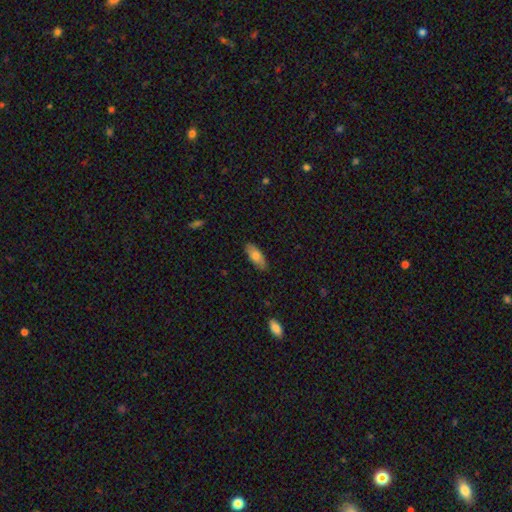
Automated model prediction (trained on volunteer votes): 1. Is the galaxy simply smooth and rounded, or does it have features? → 74% smooth, 20% featured or disk, 6% star or artifact.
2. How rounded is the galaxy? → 77% in between, 21% cigar-shaped, 2% round.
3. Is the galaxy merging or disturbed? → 87% none, 10% minor disturbance, 2% major disturbance, 1% merger.